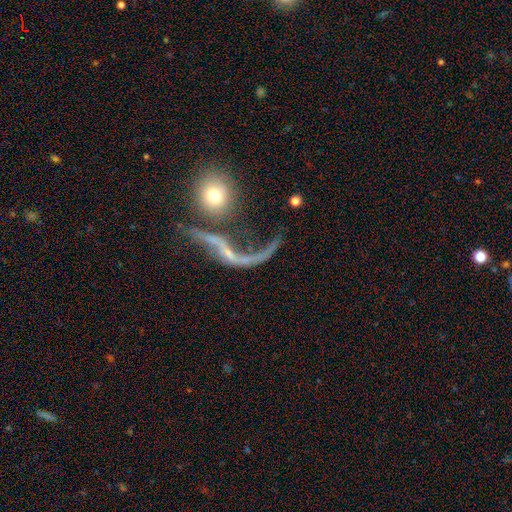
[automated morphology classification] The model was most divided on "merging": none: 32%, merger: 28%, major disturbance: 27%, minor disturbance: 13%. Remaining: edge-on disk — no (88%); smooth or featured — featured or disk (71%); spiral arms — yes (67%); bar — no (51%); bulge size — small (46%).